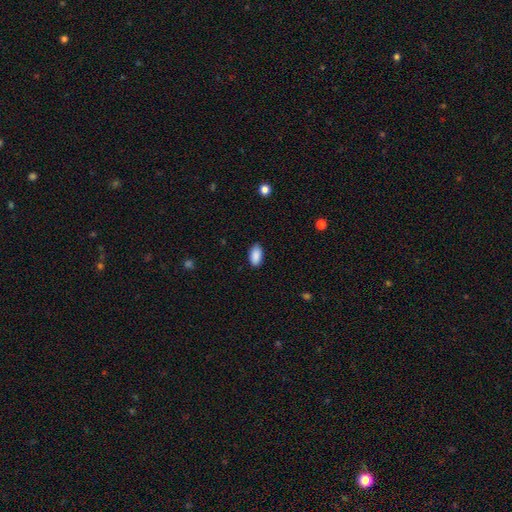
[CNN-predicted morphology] smooth 90%, star or artifact 7%, featured or disk 4%. Down the decision tree: how rounded — in between (94%); merging — none (85%).